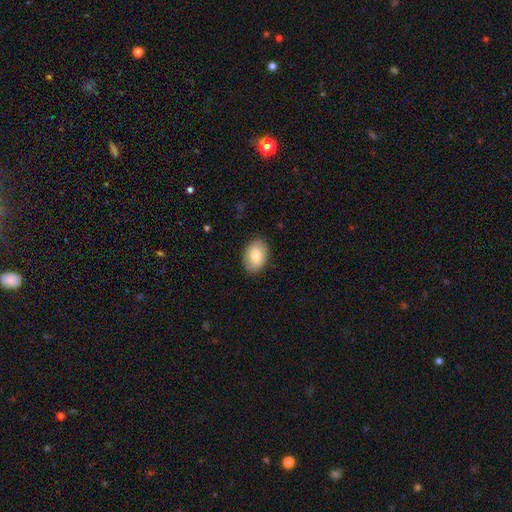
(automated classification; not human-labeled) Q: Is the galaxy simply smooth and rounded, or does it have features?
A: smooth — 76%.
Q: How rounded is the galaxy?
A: in between — 82%.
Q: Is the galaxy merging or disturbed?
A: none — 87%.